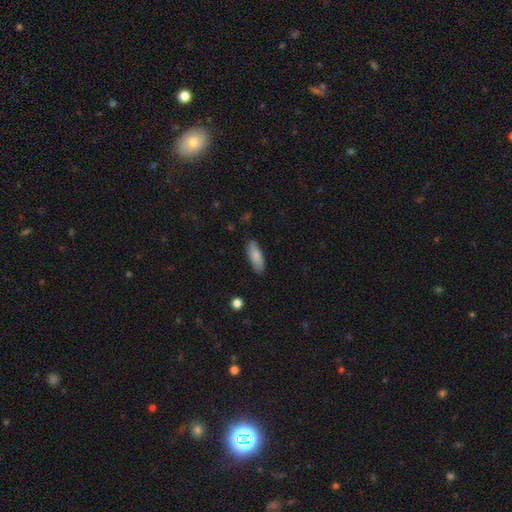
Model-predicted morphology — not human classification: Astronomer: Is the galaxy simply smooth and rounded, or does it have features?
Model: smooth — 84%.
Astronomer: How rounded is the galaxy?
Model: in between — 64%.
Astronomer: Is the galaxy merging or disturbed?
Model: none — 83%.